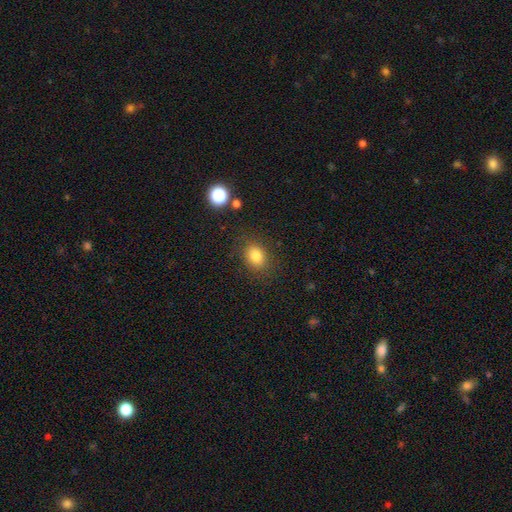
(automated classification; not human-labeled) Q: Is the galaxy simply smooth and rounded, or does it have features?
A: smooth — 80%.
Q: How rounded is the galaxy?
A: in between — 50%.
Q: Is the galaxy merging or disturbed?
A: none — 84%.